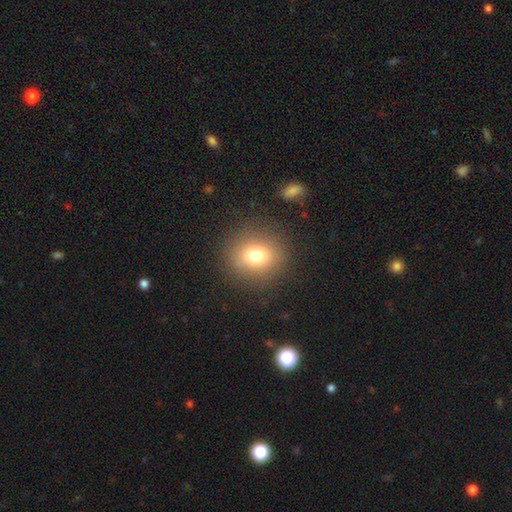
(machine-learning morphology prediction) Smooth or featured?
  - smooth: 76% *
  - star or artifact: 13%
  - featured or disk: 11%
How rounded?
  - round: 82% *
  - in between: 17%
  - cigar-shaped: 1%
Merging?
  - none: 87% *
  - minor disturbance: 8%
  - major disturbance: 4%
  - merger: 1%